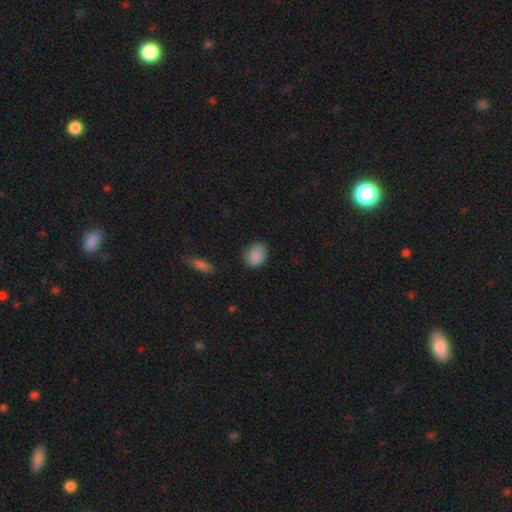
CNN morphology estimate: Smooth or featured? Predicted: smooth (p=0.88). How rounded? Predicted: in between (p=0.56). Merging? Predicted: none (p=0.75).